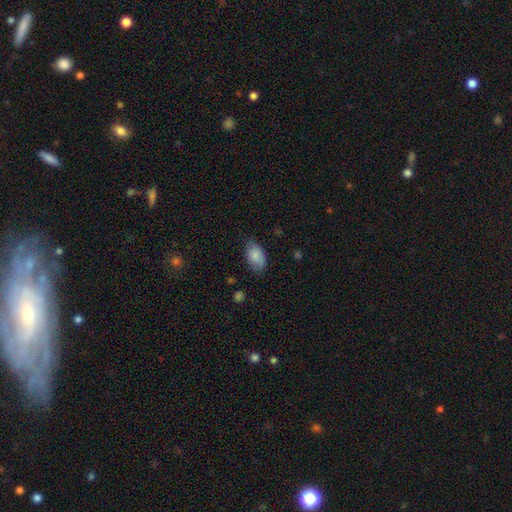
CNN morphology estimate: smooth_or_featured: smooth (p=0.85) [alt: featured or disk p=0.08]
how_rounded: in between (p=0.92) [alt: round p=0.07]
merging: none (p=0.72) [alt: minor disturbance p=0.23]